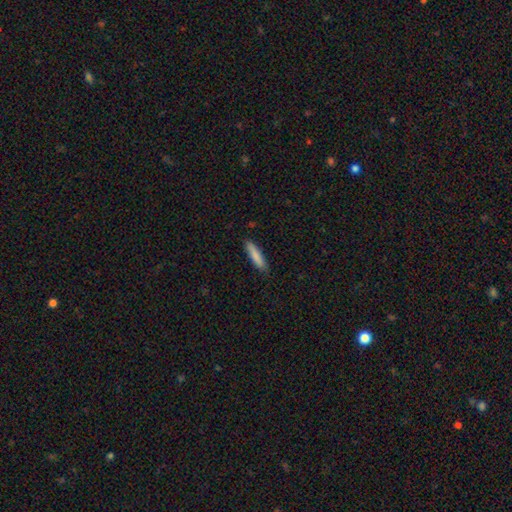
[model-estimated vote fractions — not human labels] Smooth or featured? Predicted: smooth (p=0.84). How rounded? Predicted: cigar-shaped (p=0.82). Merging? Predicted: none (p=0.87).